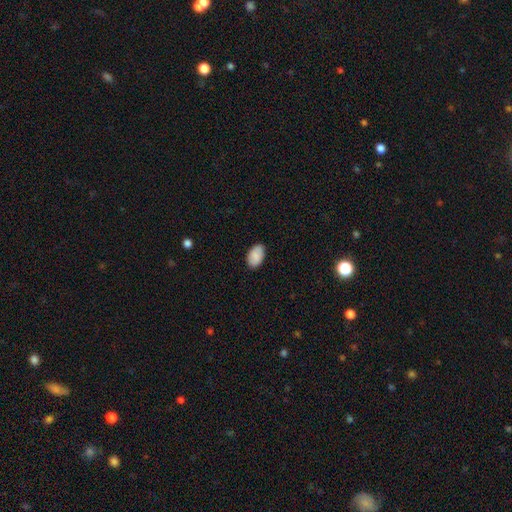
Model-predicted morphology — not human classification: Smooth or featured? smooth (87%)
How rounded? in between (93%)
Merging? none (86%)